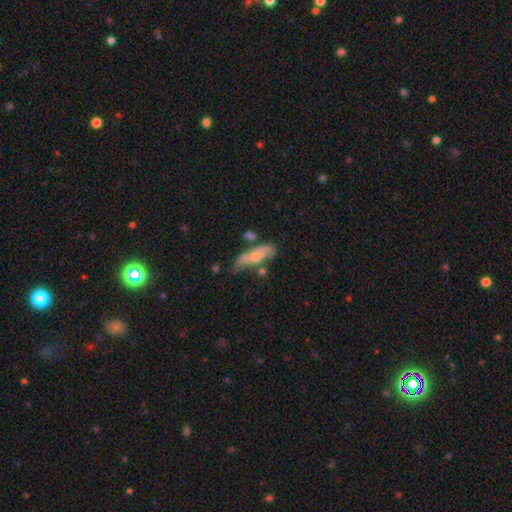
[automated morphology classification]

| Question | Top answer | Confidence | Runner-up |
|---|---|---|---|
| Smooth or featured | smooth | 58% | featured or disk (35%) |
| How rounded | in between | 56% | cigar-shaped (41%) |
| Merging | none | 44% | minor disturbance (30%) |